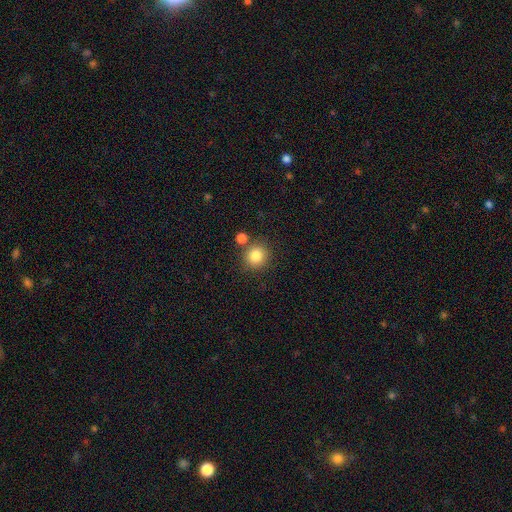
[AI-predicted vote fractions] This appears to be a smooth galaxy with no disk features (83%) that is round (91%). Merging: none (77%).